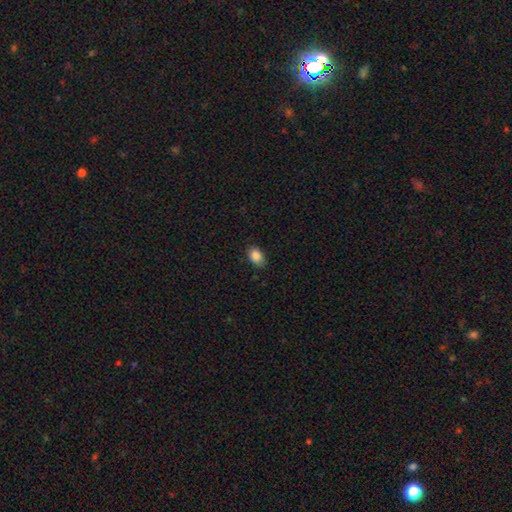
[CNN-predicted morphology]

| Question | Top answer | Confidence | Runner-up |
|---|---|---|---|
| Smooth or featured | smooth | 87% | star or artifact (8%) |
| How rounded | in between | 83% | round (16%) |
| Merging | none | 81% | minor disturbance (15%) |